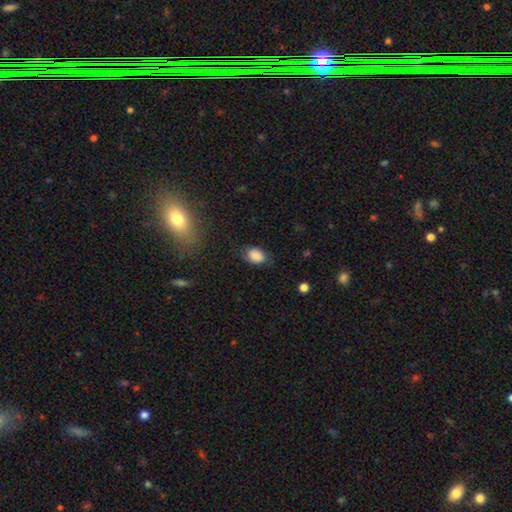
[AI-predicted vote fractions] This is clearly a smooth galaxy (83%). How rounded: likely in between (74%). Merging: likely none (64%).